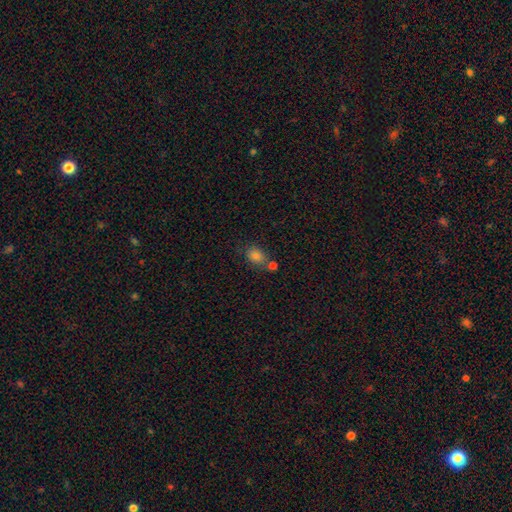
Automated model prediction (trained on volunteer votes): Smooth or featured: smooth — 78% (star or artifact — 14%)
How rounded: in between — 68% (round — 30%)
Merging: none — 63% (merger — 18%)